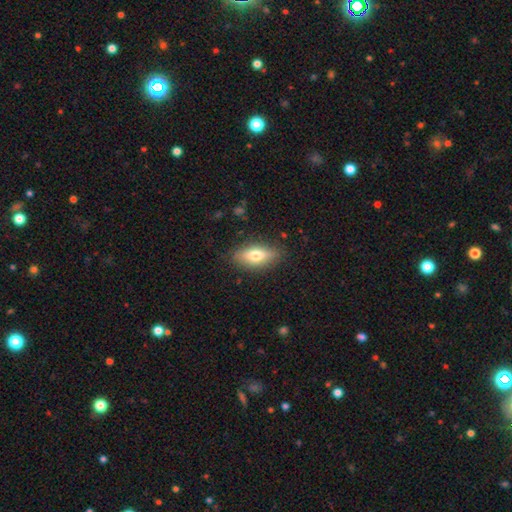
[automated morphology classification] smooth_or_featured: smooth (p=0.68) [alt: featured or disk p=0.25]
how_rounded: in between (p=0.78) [alt: cigar-shaped p=0.18]
merging: none (p=0.84) [alt: minor disturbance p=0.12]